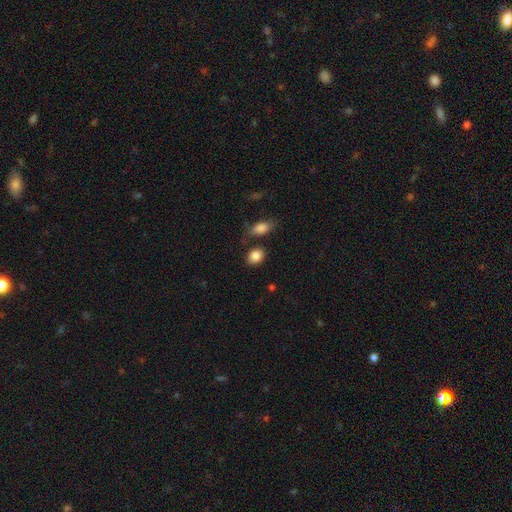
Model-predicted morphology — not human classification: Smooth or featured: smooth — 86% (star or artifact — 8%)
How rounded: in between — 60% (round — 38%)
Merging: none — 76% (minor disturbance — 12%)